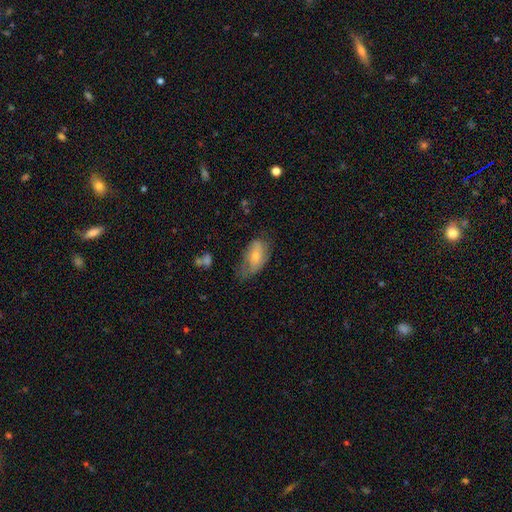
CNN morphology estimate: Smooth or featured?
  - smooth: 60% *
  - featured or disk: 33%
  - star or artifact: 7%
How rounded?
  - in between: 91% *
  - round: 5%
  - cigar-shaped: 4%
Merging?
  - minor disturbance: 37% * (tied)
  - none: 37% * (tied)
  - major disturbance: 23%
  - merger: 2%